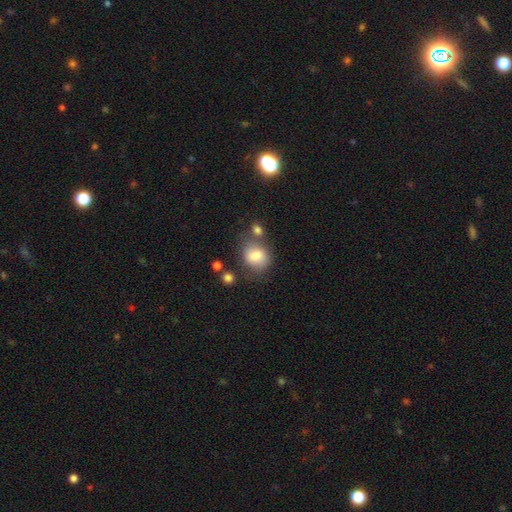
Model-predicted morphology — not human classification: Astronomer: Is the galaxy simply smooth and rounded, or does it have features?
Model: smooth — 81%.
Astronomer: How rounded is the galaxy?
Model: round — 52% (runner-up: in between, 47%).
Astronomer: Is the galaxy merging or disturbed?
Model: none — 54%.